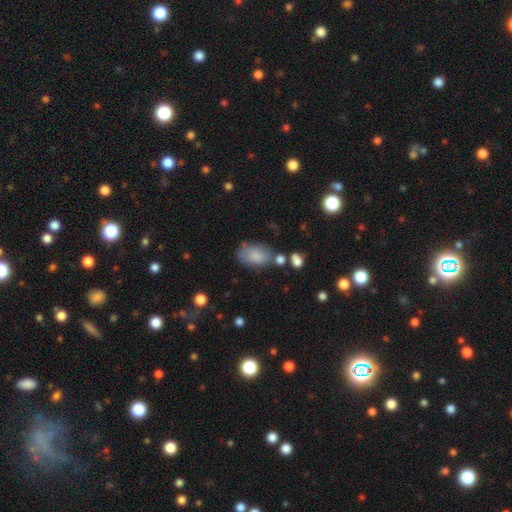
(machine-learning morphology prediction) Smooth or featured: smooth — 81% (featured or disk — 11%)
How rounded: in between — 90% (round — 8%)
Merging: none — 61% (minor disturbance — 22%)